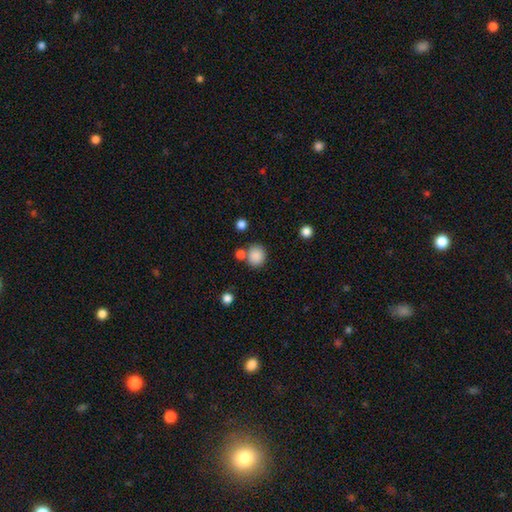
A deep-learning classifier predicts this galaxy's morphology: The model was most divided on "merging": none: 73%, merger: 14%, minor disturbance: 9%, major disturbance: 4%. More confident: how rounded — round (86%); smooth or featured — smooth (86%).